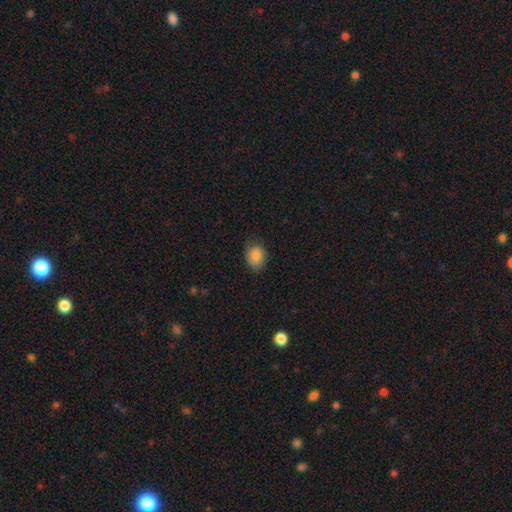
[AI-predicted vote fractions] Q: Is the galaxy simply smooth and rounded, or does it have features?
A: smooth — 86%.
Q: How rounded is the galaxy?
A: in between — 65%.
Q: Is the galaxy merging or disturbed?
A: none — 72%.